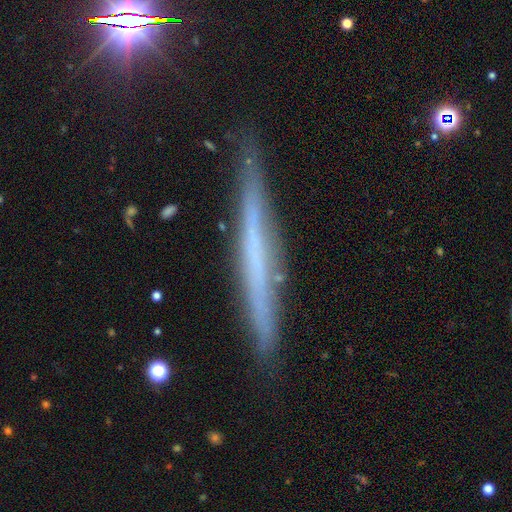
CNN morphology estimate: This appears to be a featured or disk galaxy (60%) viewed edge-on (96%) with no central bulge (87%). Merging: none (87%).